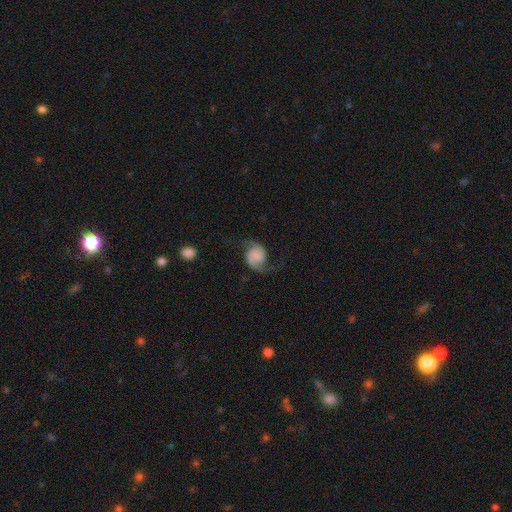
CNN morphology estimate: Smooth or featured: featured or disk — 83% (smooth — 11%)
Edge-on disk: no — 98% (yes — 2%)
Bar: no — 64% (weak — 27%)
Spiral arms: yes — 97% (no — 3%)
Spiral winding: loose — 56% (medium — 34%)
Spiral arm count: 2 — 93% (1 — 2%)
Bulge size: none — 62% (small — 11%)
Merging: none — 73% (minor disturbance — 16%)